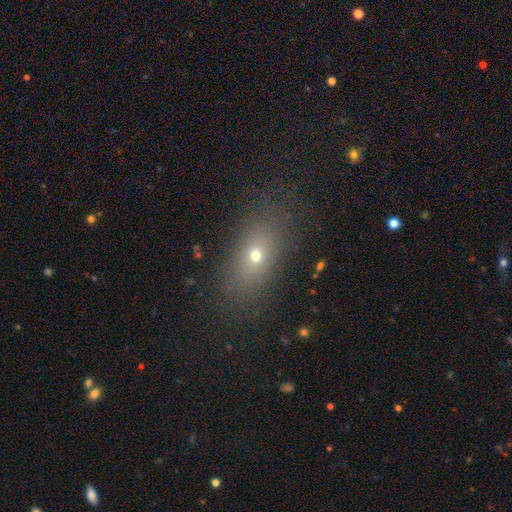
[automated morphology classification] Q: Smooth or featured?
A: smooth (64%); runner-up: featured or disk (19%)
Q: How rounded?
A: in between (72%); runner-up: round (19%)
Q: Merging?
A: none (81%); runner-up: minor disturbance (12%)